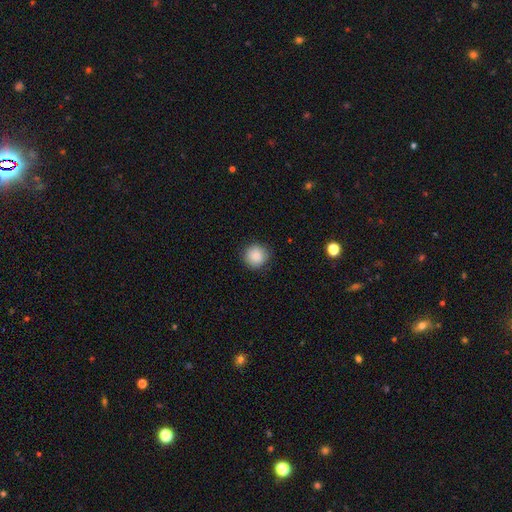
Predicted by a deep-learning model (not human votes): Smooth or featured? smooth (88%)
How rounded? round (93%)
Merging? none (89%)